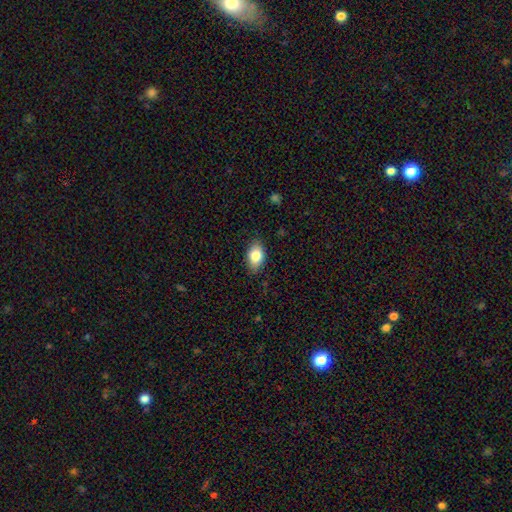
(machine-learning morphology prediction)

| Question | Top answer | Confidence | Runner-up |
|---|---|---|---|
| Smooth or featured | smooth | 81% | featured or disk (11%) |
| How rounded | in between | 87% | round (11%) |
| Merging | none | 84% | minor disturbance (13%) |